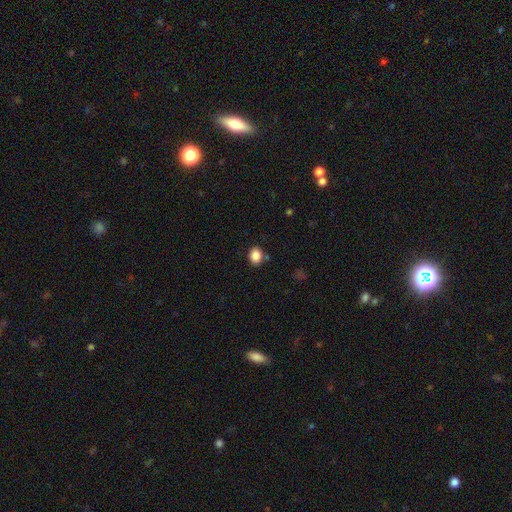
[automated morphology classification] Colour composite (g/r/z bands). It shows a smooth galaxy with no disk features (86%) that is in between round and cigar-shaped (52%). Merging: none (82%).